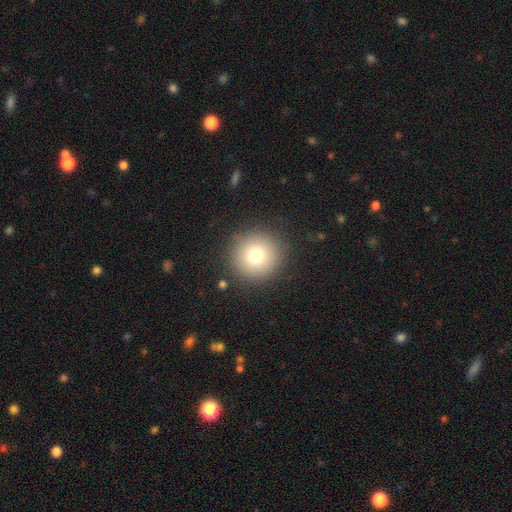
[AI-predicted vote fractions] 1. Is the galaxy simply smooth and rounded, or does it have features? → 75% smooth, 14% star or artifact, 12% featured or disk.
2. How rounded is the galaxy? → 95% round, 4% in between, 1% cigar-shaped.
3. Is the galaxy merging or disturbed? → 89% none, 6% minor disturbance, 3% major disturbance, 1% merger.